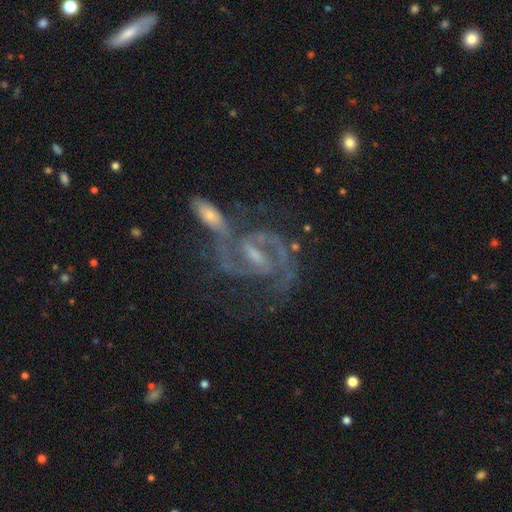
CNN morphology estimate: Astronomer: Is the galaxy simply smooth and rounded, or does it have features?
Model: featured or disk — 90%.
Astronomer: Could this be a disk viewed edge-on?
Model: no — 97%.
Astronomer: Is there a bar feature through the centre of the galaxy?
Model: strong — 47% (runner-up: weak, 42%).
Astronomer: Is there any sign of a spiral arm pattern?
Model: yes — 97%.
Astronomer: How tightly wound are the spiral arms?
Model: medium — 58%.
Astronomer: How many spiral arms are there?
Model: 2 — 89%.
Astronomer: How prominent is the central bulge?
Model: small — 53%.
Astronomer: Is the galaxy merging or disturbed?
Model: none — 41% (runner-up: merger, 32%).